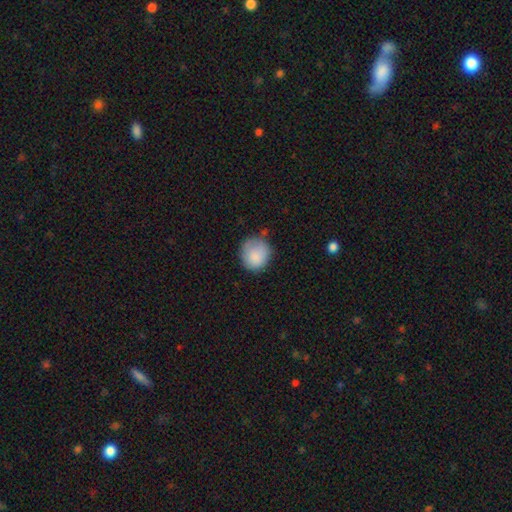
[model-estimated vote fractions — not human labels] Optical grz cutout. It shows a smooth galaxy with no disk features (86%) that is round (86%). Merging: none (69%).